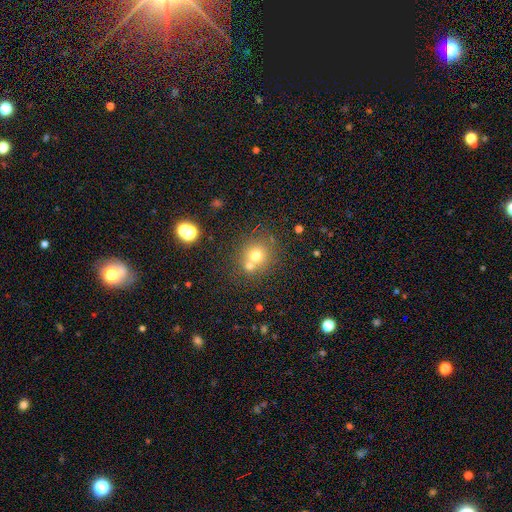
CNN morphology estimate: Smooth or featured? smooth (69%)
How rounded? round (87%)
Merging? none (54%)